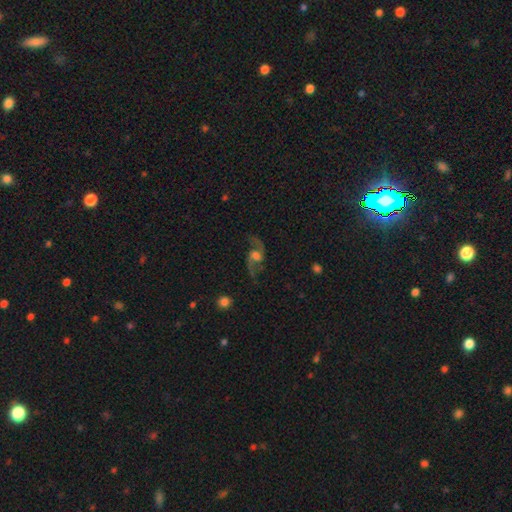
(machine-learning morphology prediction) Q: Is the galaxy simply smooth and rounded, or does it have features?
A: featured or disk — 84%.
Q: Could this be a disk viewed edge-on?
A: no — 95%.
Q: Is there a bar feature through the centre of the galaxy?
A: weak — 46%.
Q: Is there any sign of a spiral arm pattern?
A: yes — 95%.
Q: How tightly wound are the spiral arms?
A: loose — 76%.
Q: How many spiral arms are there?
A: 2 — 93%.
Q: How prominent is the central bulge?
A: moderate — 45%.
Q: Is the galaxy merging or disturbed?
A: none — 74%.